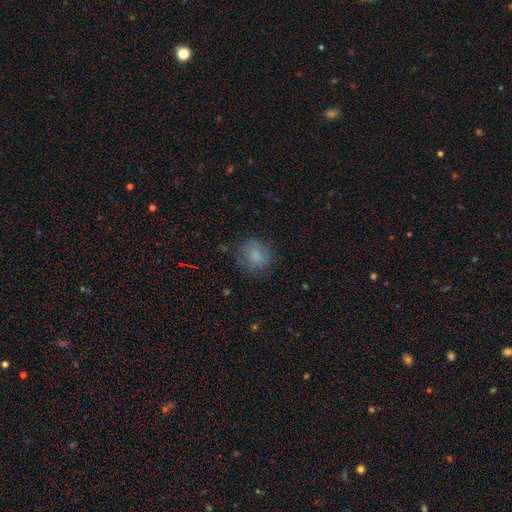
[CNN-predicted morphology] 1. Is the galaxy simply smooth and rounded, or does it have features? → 71% smooth, 19% featured or disk, 10% star or artifact.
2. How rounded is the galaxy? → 68% round, 31% in between, 1% cigar-shaped.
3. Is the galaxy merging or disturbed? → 72% none, 18% minor disturbance, 8% major disturbance, 1% merger.